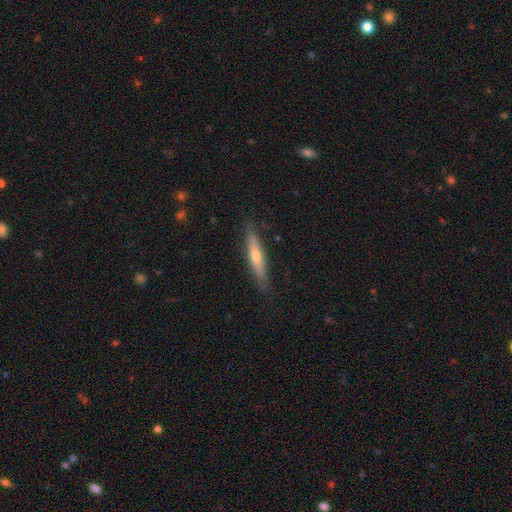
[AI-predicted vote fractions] Overall: featured or disk (51%; smooth 41%). Edge-on disk: yes (89%). Merging: none (85%).